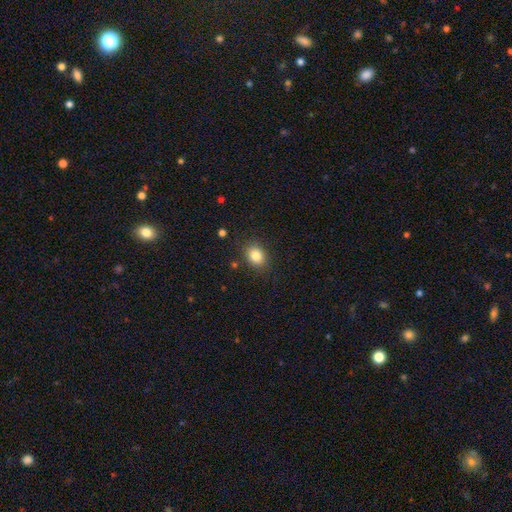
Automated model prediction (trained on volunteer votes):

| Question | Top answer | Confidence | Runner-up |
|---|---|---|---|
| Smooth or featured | smooth | 83% | star or artifact (10%) |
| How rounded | in between | 51% | round (48%) |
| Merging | none | 85% | minor disturbance (10%) |